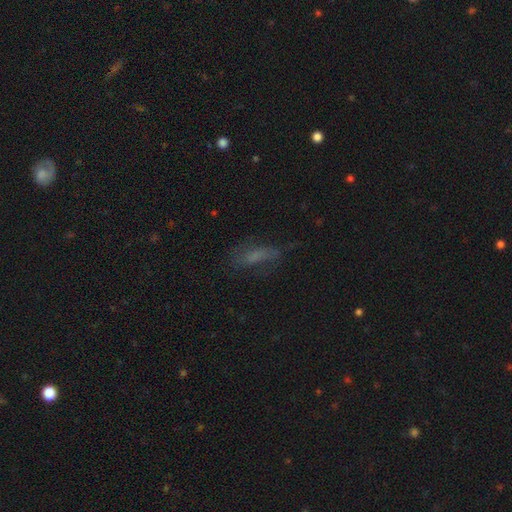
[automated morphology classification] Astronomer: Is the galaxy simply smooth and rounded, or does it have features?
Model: smooth — 54%.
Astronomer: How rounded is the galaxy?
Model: in between — 54% (runner-up: cigar-shaped, 42%).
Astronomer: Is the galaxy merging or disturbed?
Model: none — 56%.